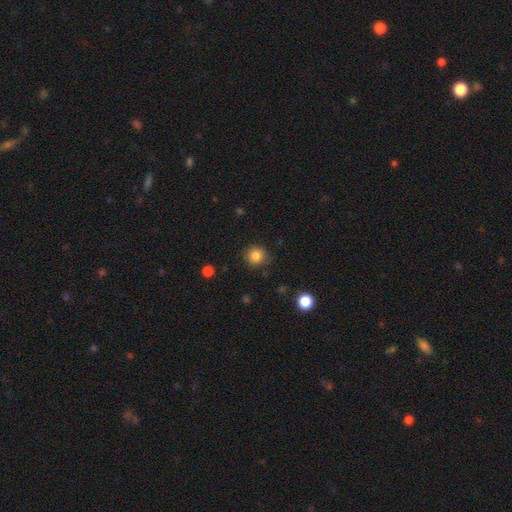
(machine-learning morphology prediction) smooth 84%, star or artifact 11%, featured or disk 4%. Down the decision tree: how rounded — round (93%); merging — none (85%).